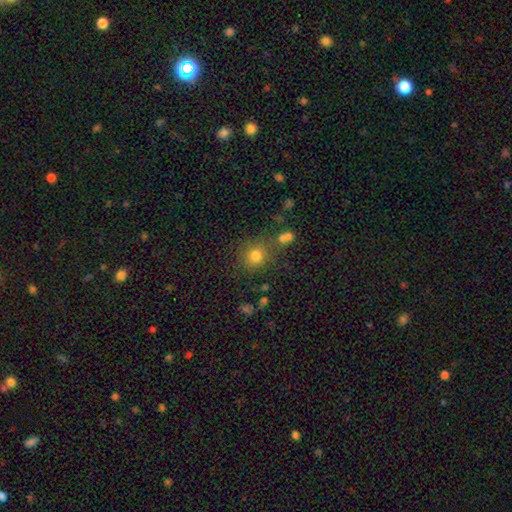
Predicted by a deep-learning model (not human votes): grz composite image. It shows a smooth galaxy with no disk features (78%) that is round (85%). Merging: none (74%).